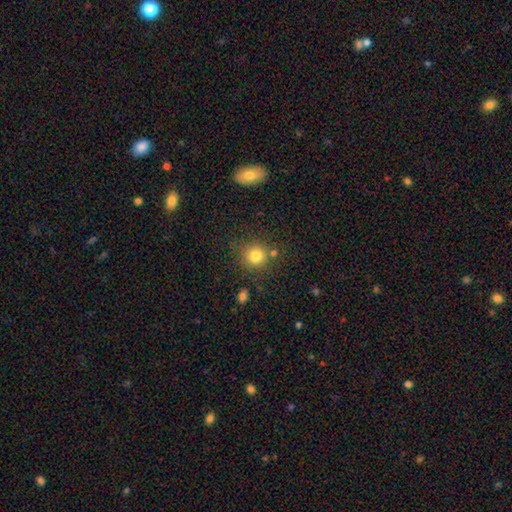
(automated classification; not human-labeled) This is clearly a smooth galaxy (80%). How rounded: clearly round (90%). Merging: likely none (76%).